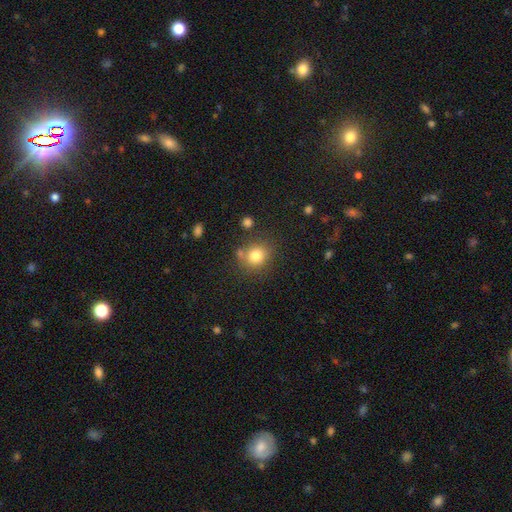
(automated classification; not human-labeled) Smooth or featured? Predicted: smooth (p=0.80). How rounded? Predicted: round (p=0.80). Merging? Predicted: none (p=0.73).